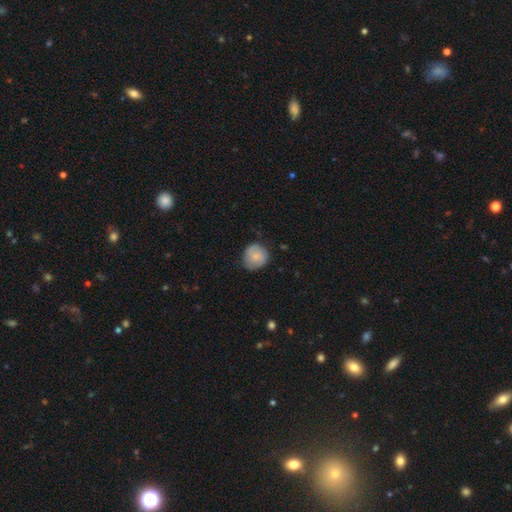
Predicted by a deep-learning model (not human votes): This is likely a smooth galaxy (63%). How rounded: clearly round (85%). Merging: likely none (72%).